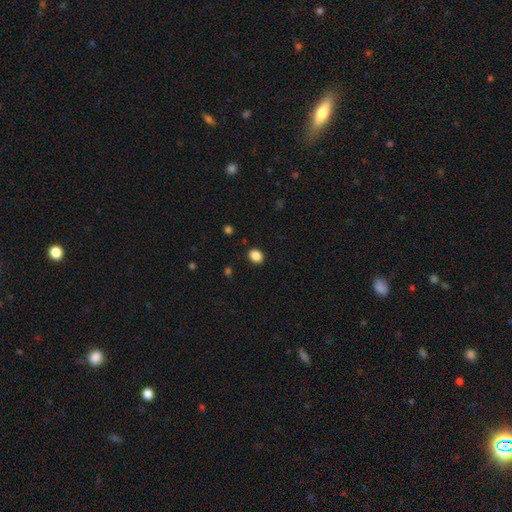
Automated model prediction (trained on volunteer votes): Smooth or featured?
  - smooth: 88% *
  - star or artifact: 9%
  - featured or disk: 3%
How rounded?
  - in between: 54% *
  - round: 45%
  - cigar-shaped: 1%
Merging?
  - none: 89% *
  - minor disturbance: 7%
  - major disturbance: 2%
  - merger: 1%